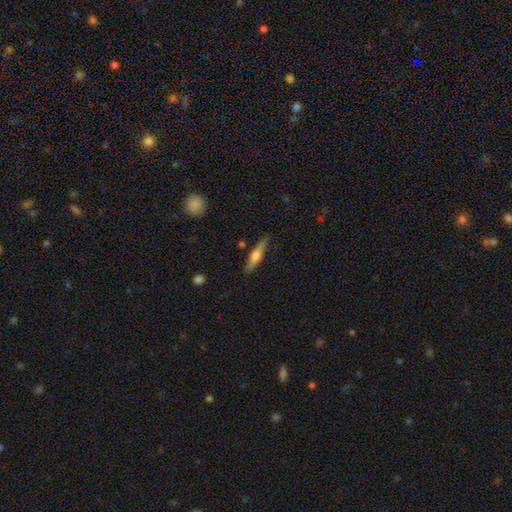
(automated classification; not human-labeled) featured or disk 53%, smooth 41%, star or artifact 6%. Down the decision tree: edge-on disk — yes (95%); edge-on bulge — rounded (88%); merging — none (87%).